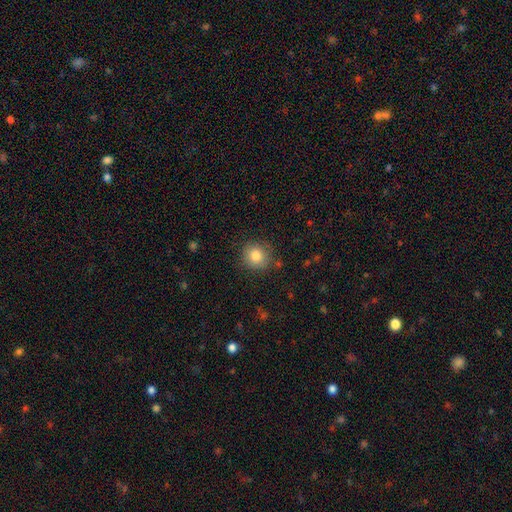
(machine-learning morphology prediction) This appears to be a smooth galaxy with no disk features (83%) that is round (88%). Merging: none (84%).